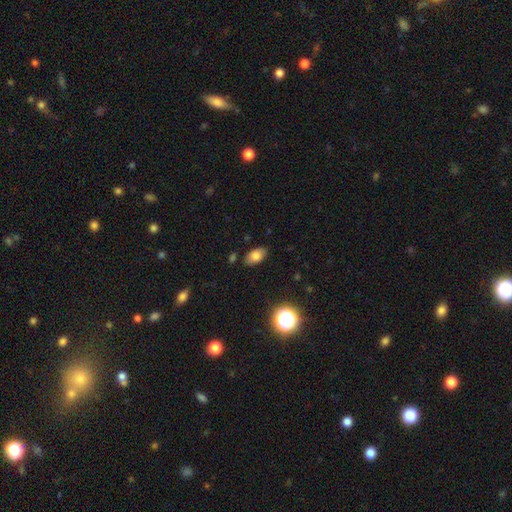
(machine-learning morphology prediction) This is likely a smooth galaxy (78%). How rounded: clearly in between (91%). Merging: clearly none (84%).